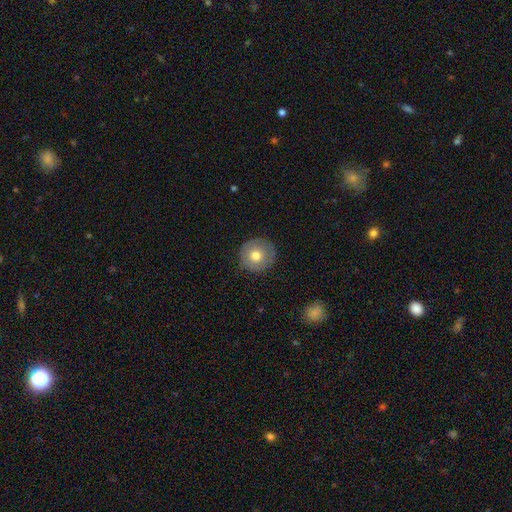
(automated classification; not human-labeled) This appears to be a smooth galaxy with no disk features (72%) that is round (95%). Merging: none (88%).